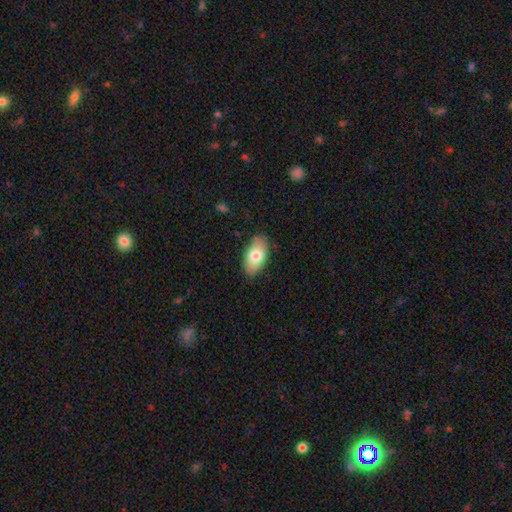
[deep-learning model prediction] A smooth galaxy with no disk features (76%) that is in between round and cigar-shaped (94%).

Vote fractions:
- Smooth or featured? smooth: 76% / featured or disk: 18% / star or artifact: 6%
- How rounded? in between: 94% / round: 4% / cigar-shaped: 2%
- Merging? none: 84% / minor disturbance: 12% / major disturbance: 2% / merger: 1%